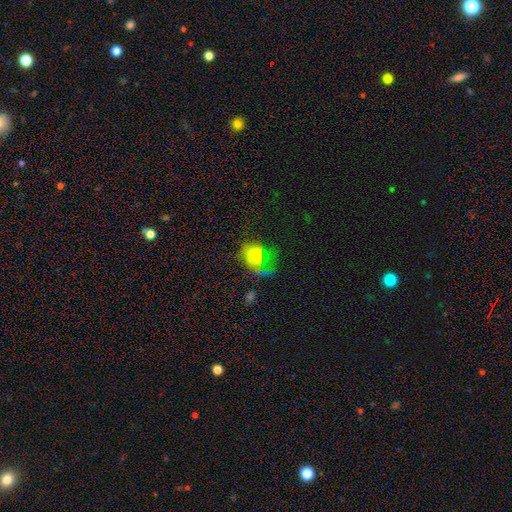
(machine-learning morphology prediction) This is likely a smooth galaxy (62%). How rounded: possibly round (59%). Merging: marginally none (44%).